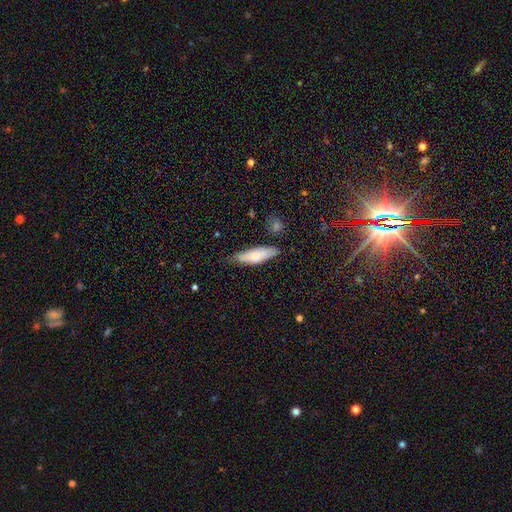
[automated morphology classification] This appears to be a smooth galaxy with no disk features (70%) that is in between round and cigar-shaped (50%). Merging: none (68%).